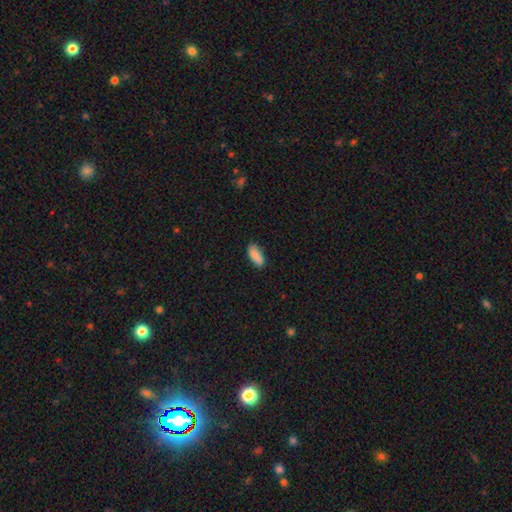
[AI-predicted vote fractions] Smooth or featured?
  - smooth: 89% *
  - star or artifact: 7%
  - featured or disk: 4%
How rounded?
  - in between: 81% *
  - cigar-shaped: 17%
  - round: 2%
Merging?
  - none: 82% *
  - minor disturbance: 14%
  - major disturbance: 3%
  - merger: 1%